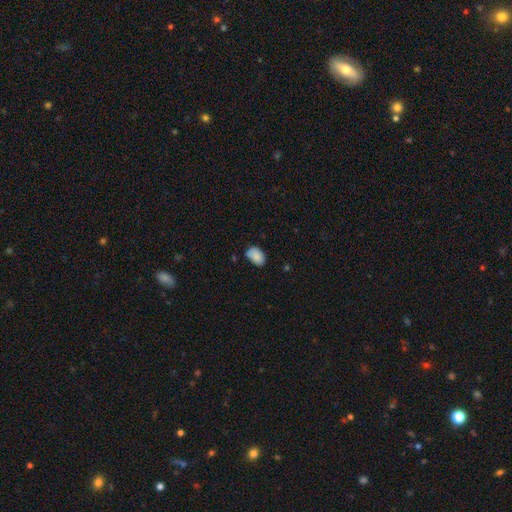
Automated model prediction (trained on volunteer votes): Morphology: type=smooth (84%); roundness=in between (87%); merging=none (61%).